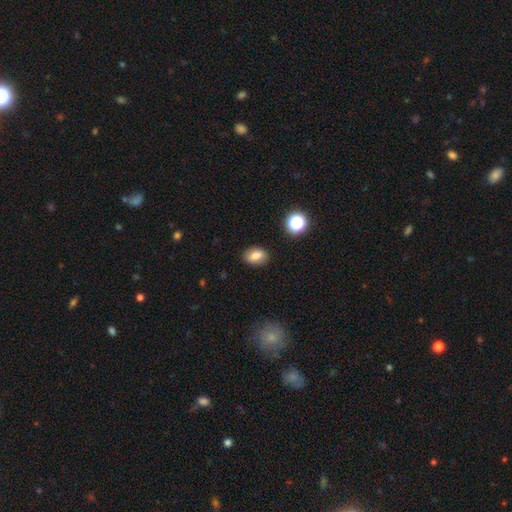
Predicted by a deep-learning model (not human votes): Smooth or featured: smooth — 81% (star or artifact — 10%)
How rounded: in between — 81% (round — 18%)
Merging: none — 84% (minor disturbance — 11%)